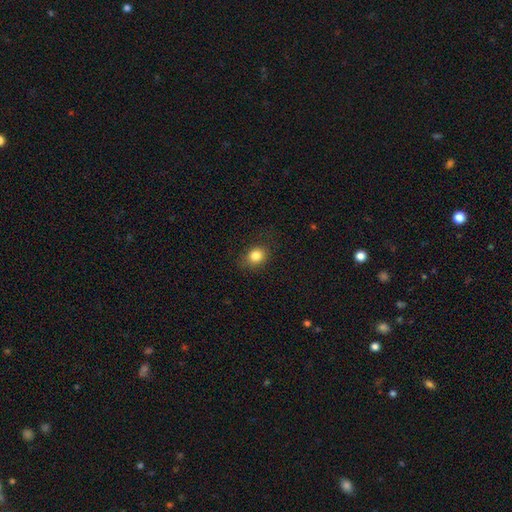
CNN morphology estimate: Smooth or featured: smooth — 83% (star or artifact — 10%)
How rounded: round — 56% (in between — 43%)
Merging: none — 80% (minor disturbance — 14%)